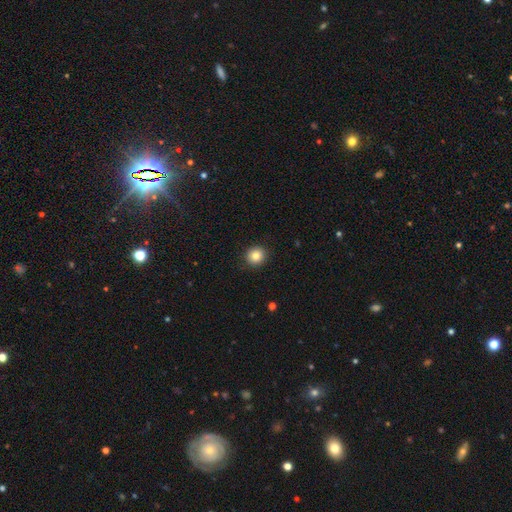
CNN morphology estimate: Smooth or featured? smooth (83%)
How rounded? round (89%)
Merging? none (92%)